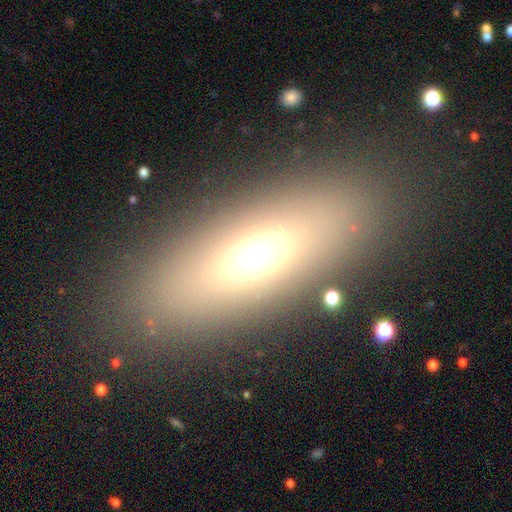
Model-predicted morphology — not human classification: smooth-or-featured: smooth: 59% | featured or disk: 27% | star or artifact: 14%
  how-rounded: in between: 69% | cigar-shaped: 26% | round: 5%
  merging: none: 84% | minor disturbance: 9% | major disturbance: 6% | merger: 2%